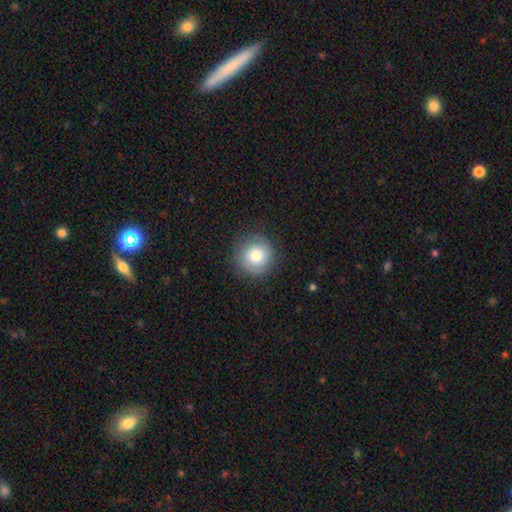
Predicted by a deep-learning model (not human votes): smooth-or-featured: smooth: 76% | featured or disk: 15% | star or artifact: 9%
  how-rounded: round: 94% | in between: 5% | cigar-shaped: 1%
  merging: none: 85% | minor disturbance: 10% | major disturbance: 3% | merger: 1%